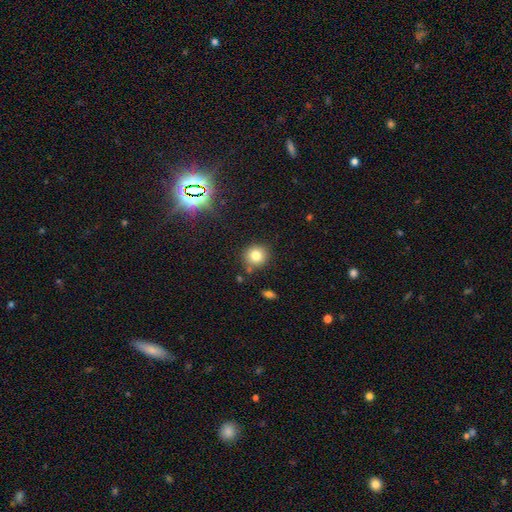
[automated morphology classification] This is likely a smooth galaxy (79%). How rounded: clearly round (88%). Merging: clearly none (81%).